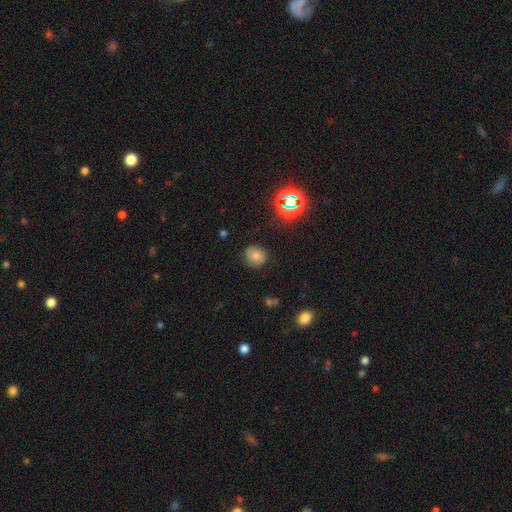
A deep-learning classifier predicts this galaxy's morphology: smooth 63%, featured or disk 19%, star or artifact 18%. Down the decision tree: how rounded — round (84%); merging — none (81%).